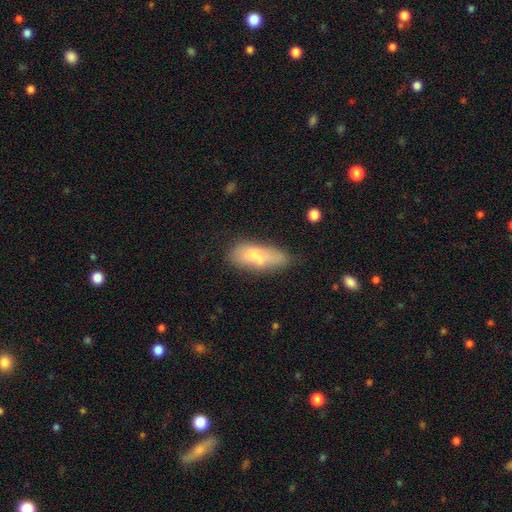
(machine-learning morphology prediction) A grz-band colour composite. It shows a smooth galaxy with no disk features (66%) that is in between round and cigar-shaped (69%). Merging: none (42%).